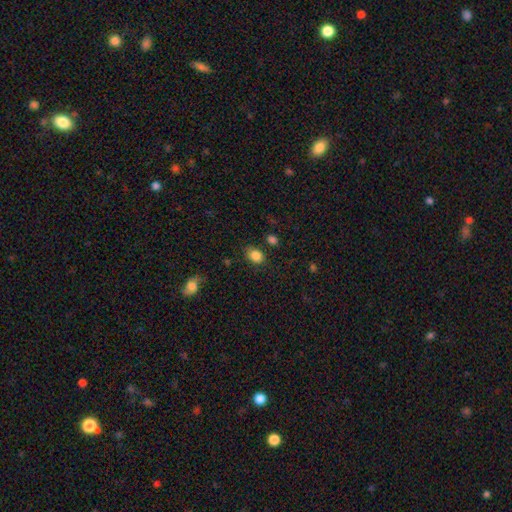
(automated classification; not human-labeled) Smooth or featured: smooth — 85% (star or artifact — 10%)
How rounded: in between — 61% (round — 38%)
Merging: none — 78% (minor disturbance — 14%)